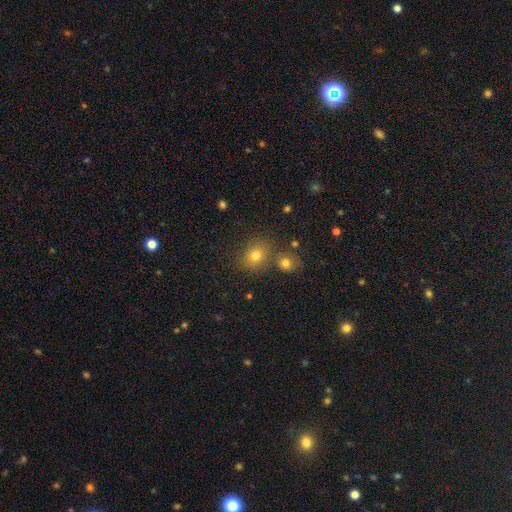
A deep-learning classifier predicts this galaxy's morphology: This is likely a smooth galaxy (75%). How rounded: likely round (66%). Merging: likely none (71%).